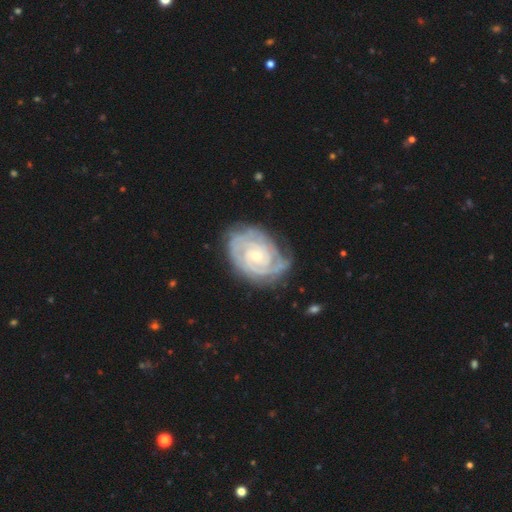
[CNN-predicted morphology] A featured or disk galaxy (88%) with no bar (67%), 2 (34%) tight (81%) spiral arms (97%) and a small central bulge (65%). Merging: none (73%).